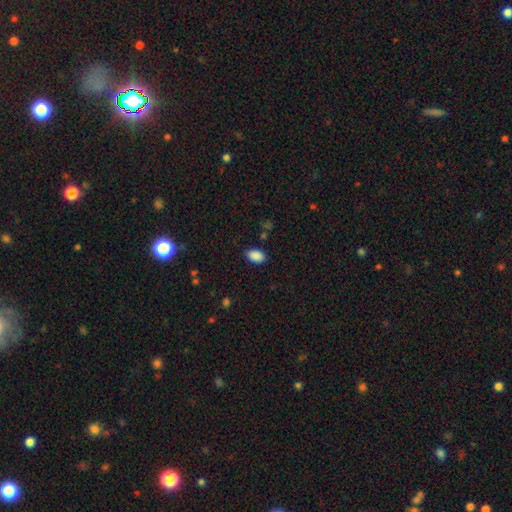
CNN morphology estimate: Smooth or featured? Predicted: smooth (p=0.89). How rounded? Predicted: in between (p=0.92). Merging? Predicted: none (p=0.86).